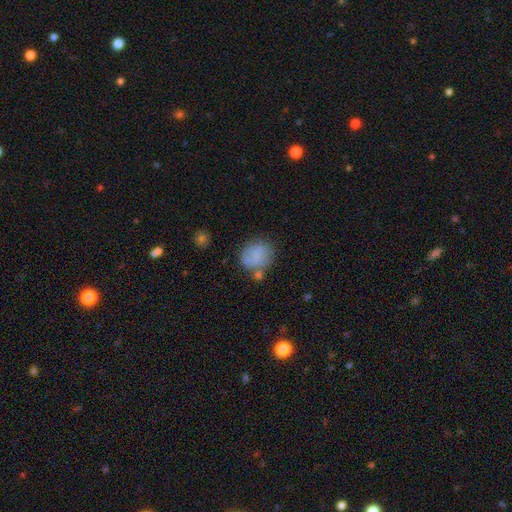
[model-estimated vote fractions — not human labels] Morphology: type=smooth (76%); roundness=round (72%); merging=none (58%).